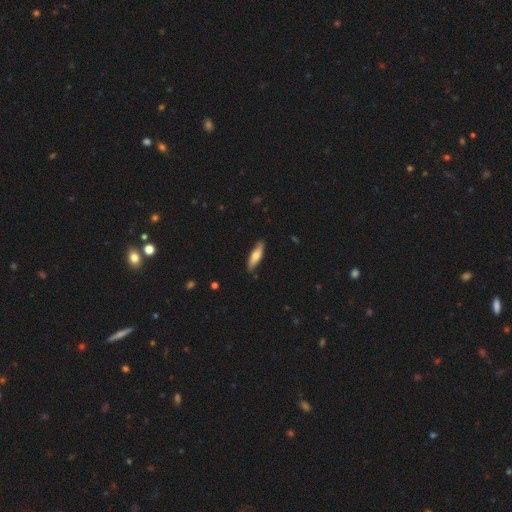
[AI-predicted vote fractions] smooth_or_featured: smooth (p=0.66) [alt: featured or disk p=0.29]
how_rounded: cigar-shaped (p=0.64) [alt: in between p=0.34]
merging: none (p=0.85) [alt: minor disturbance p=0.12]